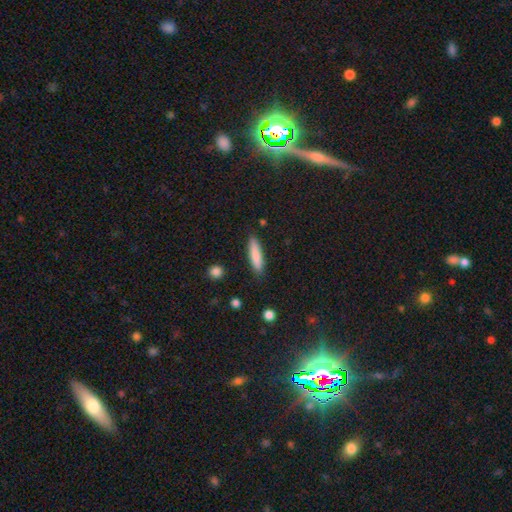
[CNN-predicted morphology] This is clearly a smooth galaxy (83%). How rounded: likely cigar-shaped (79%). Merging: clearly none (86%).